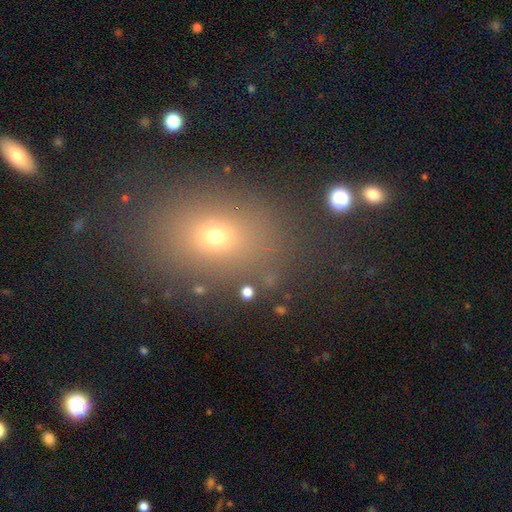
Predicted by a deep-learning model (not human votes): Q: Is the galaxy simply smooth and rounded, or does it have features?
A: smooth — 61%.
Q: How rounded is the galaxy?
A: in between — 59%.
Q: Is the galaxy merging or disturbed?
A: none — 83%.